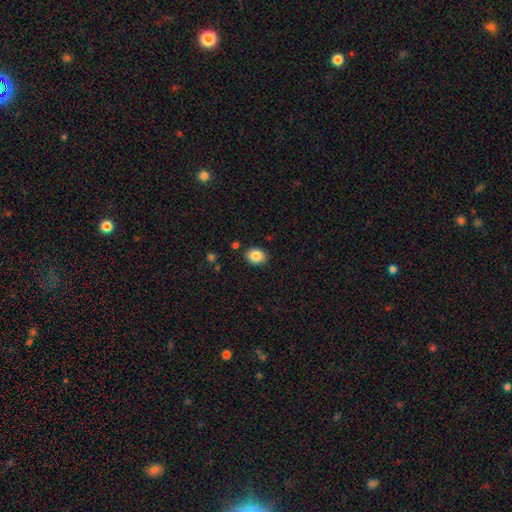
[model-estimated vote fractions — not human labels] Smooth or featured? Predicted: smooth (p=0.86). How rounded? Predicted: in between (p=0.51). Merging? Predicted: none (p=0.85).